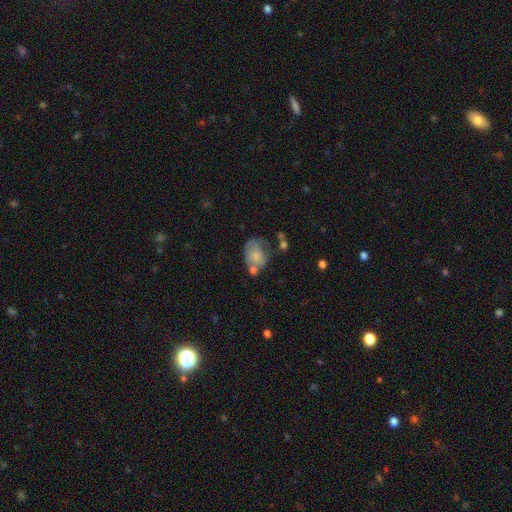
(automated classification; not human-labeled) This appears to be a smooth galaxy with no disk features (70%) that is in between round and cigar-shaped (63%). Merging: none (34%).